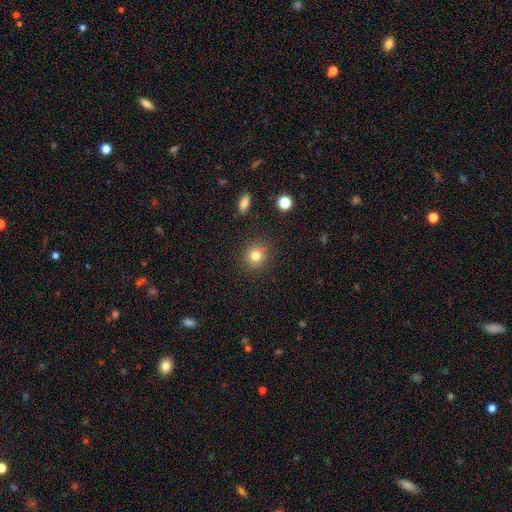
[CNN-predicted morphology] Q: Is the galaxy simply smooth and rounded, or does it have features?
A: smooth — 79%.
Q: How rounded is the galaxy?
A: round — 87%.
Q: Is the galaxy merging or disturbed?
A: none — 84%.